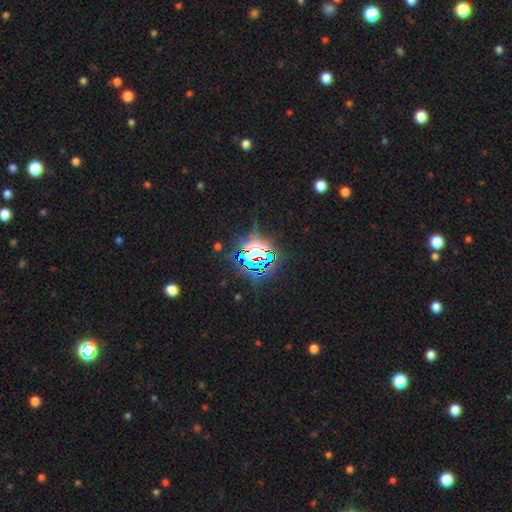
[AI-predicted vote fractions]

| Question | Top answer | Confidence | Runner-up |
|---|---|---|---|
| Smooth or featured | star or artifact | 79% | smooth (11%) |